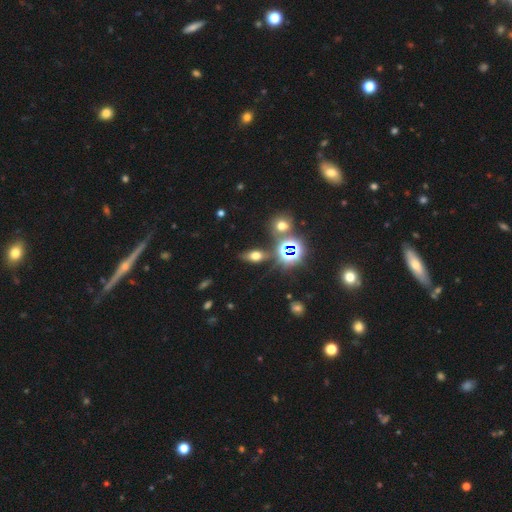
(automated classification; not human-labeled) This is possibly a smooth galaxy (50%). Merging: likely none (76%).